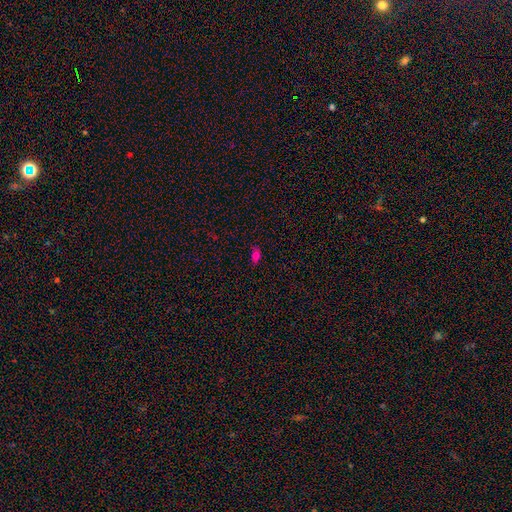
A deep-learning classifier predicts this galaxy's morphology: type=smooth (75%); roundness=in between (84%); merging=none (79%).